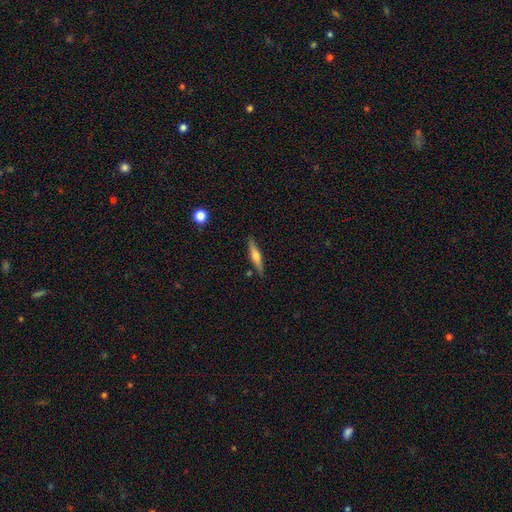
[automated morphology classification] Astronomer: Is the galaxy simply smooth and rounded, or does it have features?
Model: featured or disk — 53% (runner-up: smooth, 40%).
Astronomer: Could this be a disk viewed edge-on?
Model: yes — 96%.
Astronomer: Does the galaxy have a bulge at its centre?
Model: rounded — 86%.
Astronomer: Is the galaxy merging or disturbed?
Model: none — 86%.